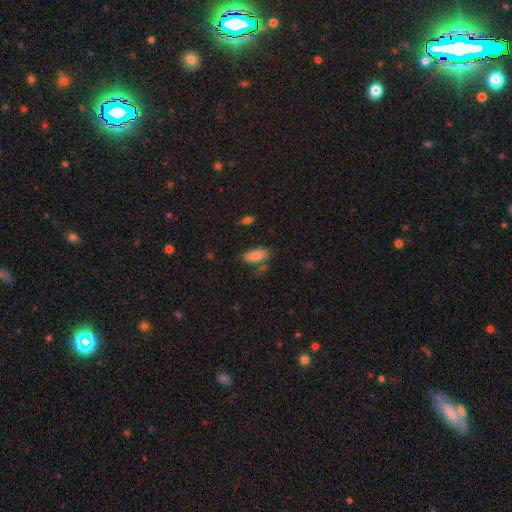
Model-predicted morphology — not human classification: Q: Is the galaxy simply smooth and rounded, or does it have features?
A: smooth — 85%.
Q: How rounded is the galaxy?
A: in between — 89%.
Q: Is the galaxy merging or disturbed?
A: none — 67%.